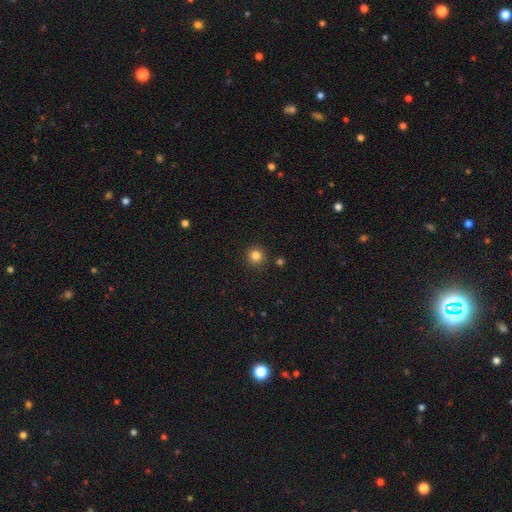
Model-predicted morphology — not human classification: smooth 82%, star or artifact 13%, featured or disk 5%. Down the decision tree: how rounded — round (95%); merging — none (90%).